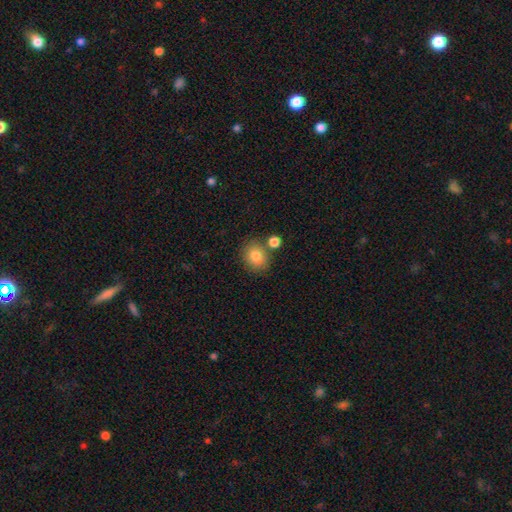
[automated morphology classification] Q: Smooth or featured?
A: smooth (82%); runner-up: star or artifact (9%)
Q: How rounded?
A: round (62%); runner-up: in between (37%)
Q: Merging?
A: none (71%); runner-up: merger (14%)